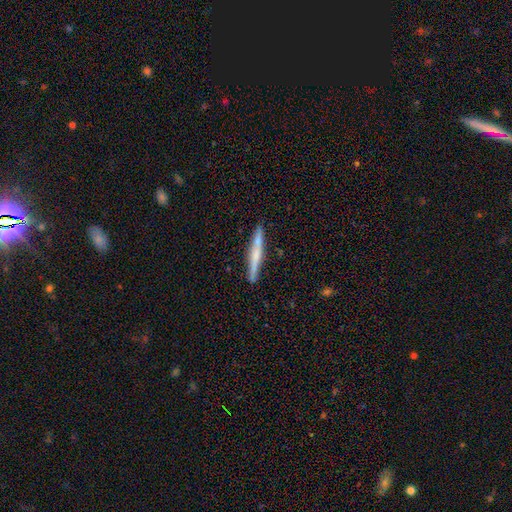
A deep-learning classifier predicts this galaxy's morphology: smooth-or-featured: smooth: 48% | featured or disk: 47% | star or artifact: 6%
  merging: none: 86% | minor disturbance: 10% | merger: 2% | major disturbance: 2%